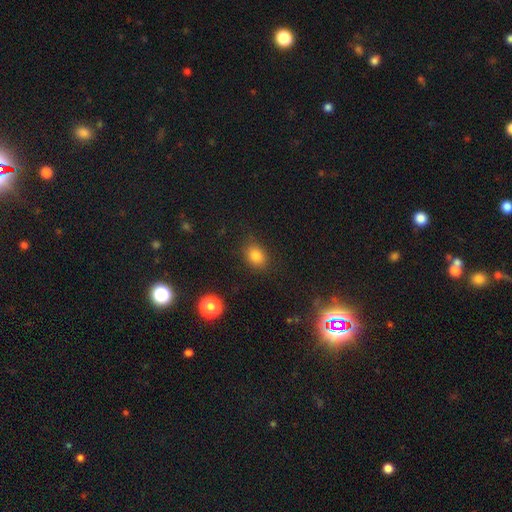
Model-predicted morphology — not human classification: Smooth or featured? Predicted: smooth (p=0.82). How rounded? Predicted: in between (p=0.61). Merging? Predicted: none (p=0.82).